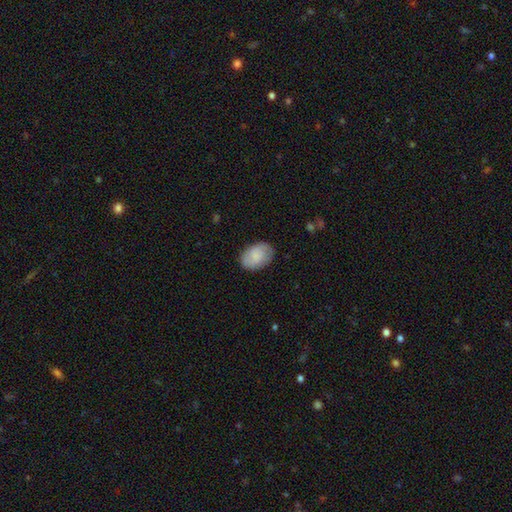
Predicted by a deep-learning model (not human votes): The model was most divided on "smooth or featured": smooth: 68%, featured or disk: 25%, star or artifact: 7%. More confident: how rounded — in between (85%); merging — none (80%).